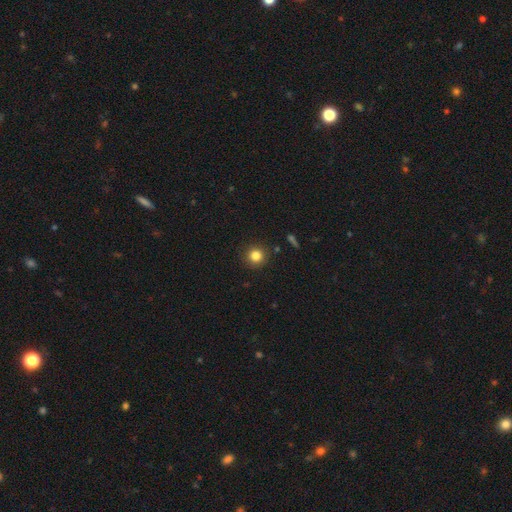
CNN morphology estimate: Smooth or featured?
  - smooth: 82% *
  - star or artifact: 12%
  - featured or disk: 6%
How rounded?
  - round: 93% *
  - in between: 6%
  - cigar-shaped: 1%
Merging?
  - none: 89% *
  - minor disturbance: 7%
  - major disturbance: 2%
  - merger: 2%